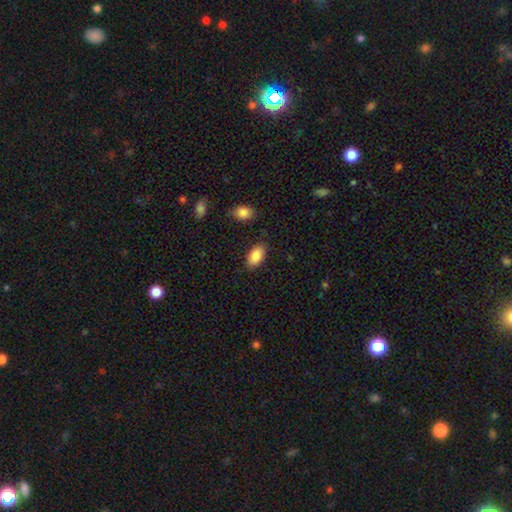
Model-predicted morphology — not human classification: smooth_or_featured: smooth (p=0.88) [alt: star or artifact p=0.07]
how_rounded: in between (p=0.93) [alt: round p=0.04]
merging: none (p=0.83) [alt: minor disturbance p=0.12]